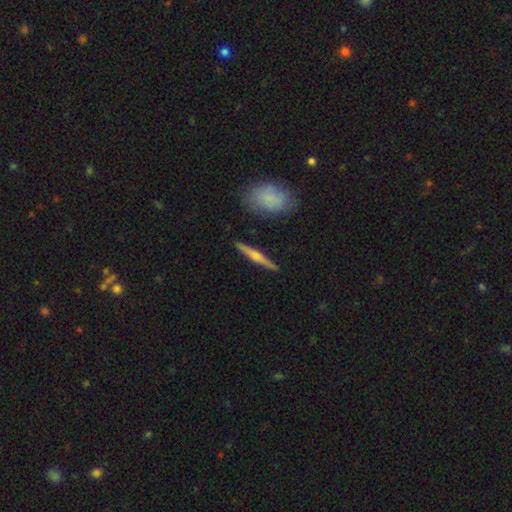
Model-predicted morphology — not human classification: Smooth or featured?
  - featured or disk: 59% *
  - smooth: 35%
  - star or artifact: 6%
Edge-on disk?
  - yes: 97% *
  - no: 3%
Edge-on bulge?
  - rounded: 72% *
  - boxy: 15%
  - none: 13%
Merging?
  - none: 90% *
  - minor disturbance: 7%
  - merger: 2%
  - major disturbance: 2%